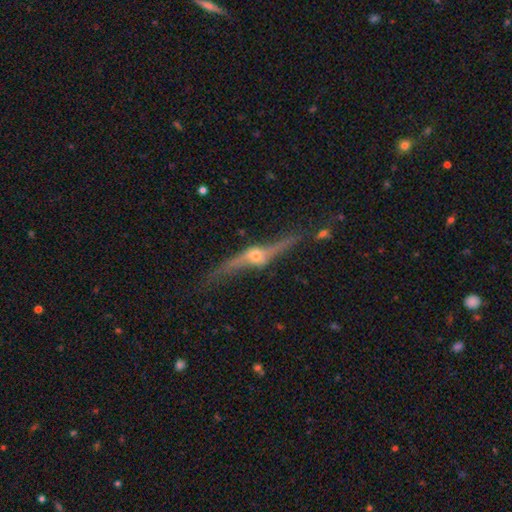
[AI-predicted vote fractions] Smooth or featured?
  - featured or disk: 84% *
  - smooth: 10%
  - star or artifact: 6%
Edge-on disk?
  - yes: 88% *
  - no: 12%
Edge-on bulge?
  - rounded: 94% *
  - boxy: 4%
  - none: 2%
Merging?
  - none: 72% *
  - minor disturbance: 17%
  - major disturbance: 7%
  - merger: 4%